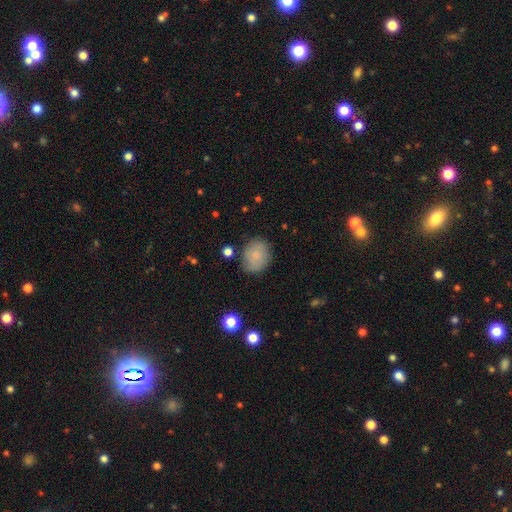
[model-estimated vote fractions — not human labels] A smooth galaxy with no disk features (79%) that is round (50%).

Vote fractions:
- Smooth or featured? smooth: 79% / featured or disk: 13% / star or artifact: 8%
- How rounded? round: 50% / in between: 49% / cigar-shaped: 1%
- Merging? none: 80% / minor disturbance: 14% / major disturbance: 4% / merger: 2%